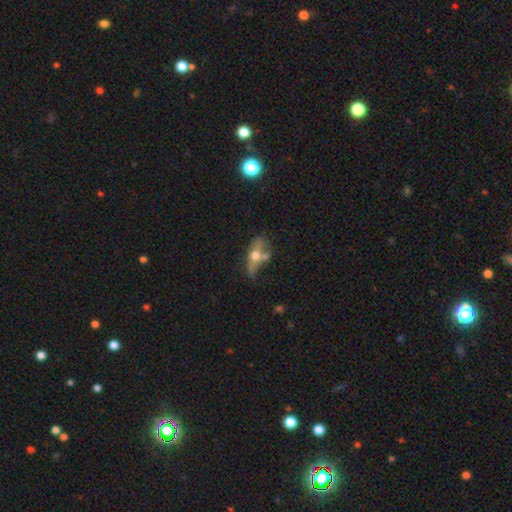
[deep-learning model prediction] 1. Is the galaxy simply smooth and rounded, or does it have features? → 50% featured or disk, 41% smooth, 9% star or artifact.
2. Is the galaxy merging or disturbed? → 42% none, 24% merger, 21% minor disturbance, 14% major disturbance.